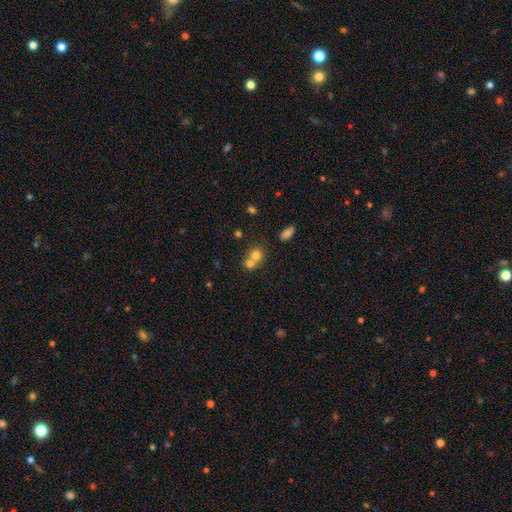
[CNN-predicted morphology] A smooth galaxy with no disk features (71%) that is round (75%). Merging: merger (63%).